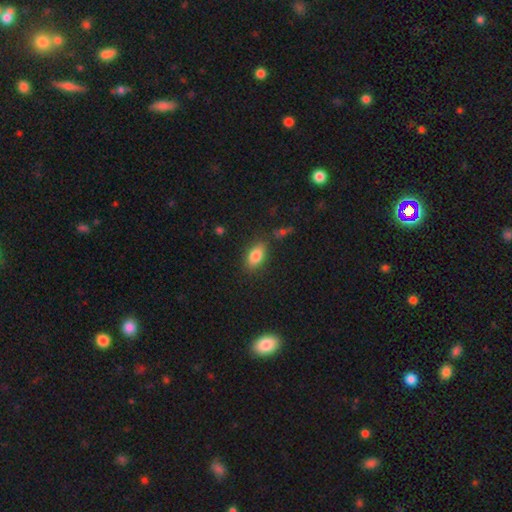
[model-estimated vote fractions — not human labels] smooth-or-featured: smooth: 82% | featured or disk: 10% | star or artifact: 8%
  how-rounded: in between: 88% | cigar-shaped: 7% | round: 6%
  merging: none: 82% | minor disturbance: 12% | major disturbance: 3% | merger: 3%